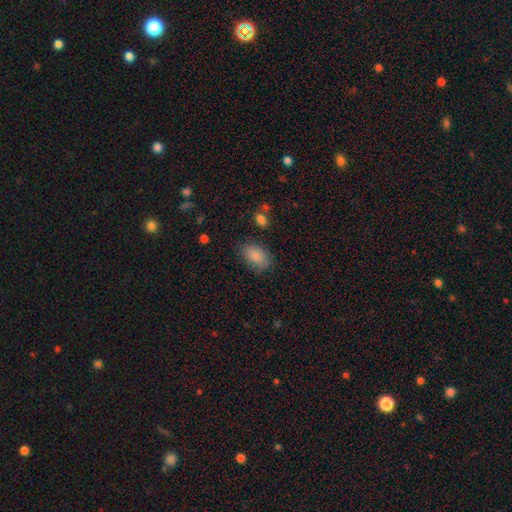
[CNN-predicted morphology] Overall: smooth (87%). How rounded: in between (89%). Merging: none (79%).